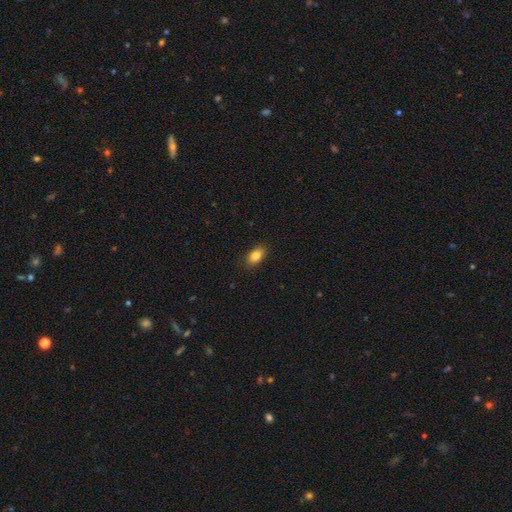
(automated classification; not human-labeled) A smooth galaxy with no disk features (84%) that is in between round and cigar-shaped (88%). Merging: none (88%).